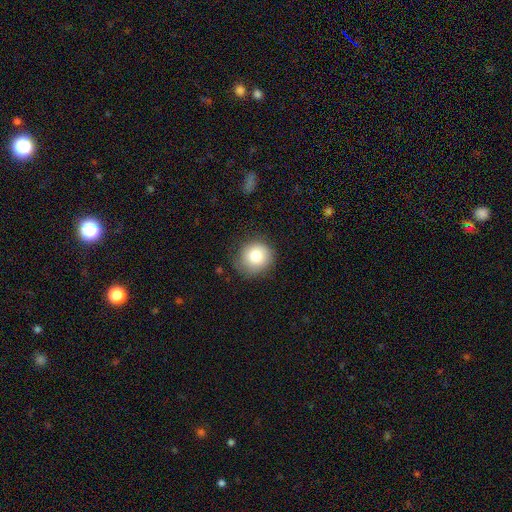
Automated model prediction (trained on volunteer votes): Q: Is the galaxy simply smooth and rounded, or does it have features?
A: smooth — 80%.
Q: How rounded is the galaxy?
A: round — 90%.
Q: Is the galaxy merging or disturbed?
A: none — 79%.